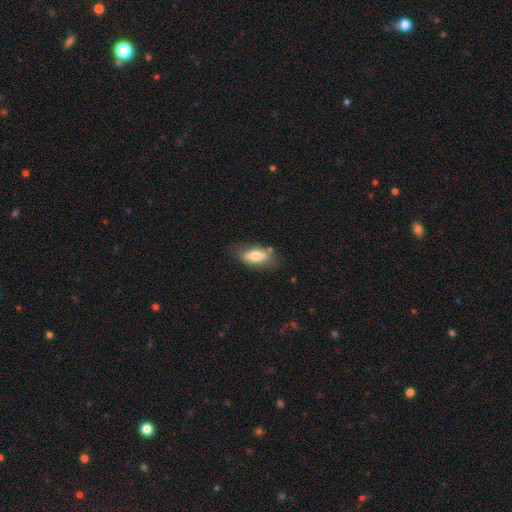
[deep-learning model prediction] Smooth or featured? smooth (71%)
How rounded? in between (85%)
Merging? none (67%)